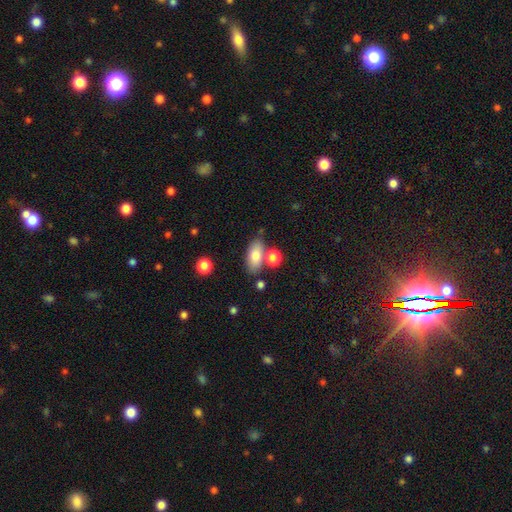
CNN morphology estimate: smooth-or-featured: smooth: 77% | featured or disk: 15% | star or artifact: 8%
  how-rounded: in between: 86% | cigar-shaped: 8% | round: 6%
  merging: none: 69% | merger: 14% | minor disturbance: 13% | major disturbance: 4%